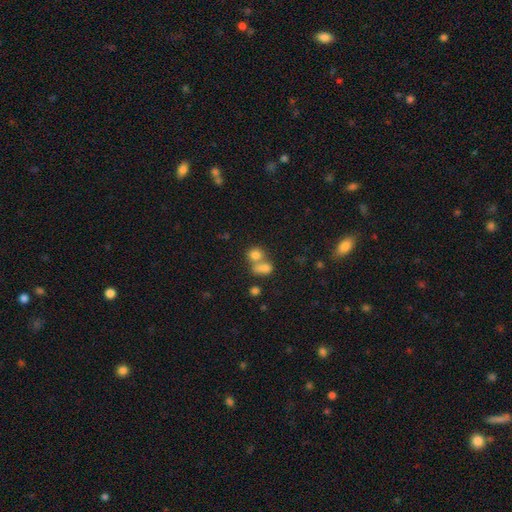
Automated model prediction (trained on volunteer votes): smooth 78%, star or artifact 11%, featured or disk 10%. Down the decision tree: how rounded — round (61%); merging — merger (53%).